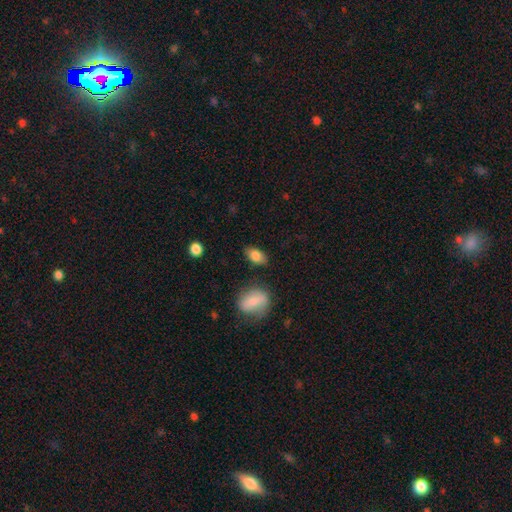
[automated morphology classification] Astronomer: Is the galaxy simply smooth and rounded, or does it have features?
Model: smooth — 83%.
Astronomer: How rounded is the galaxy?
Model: in between — 90%.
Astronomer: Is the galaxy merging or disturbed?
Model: none — 82%.